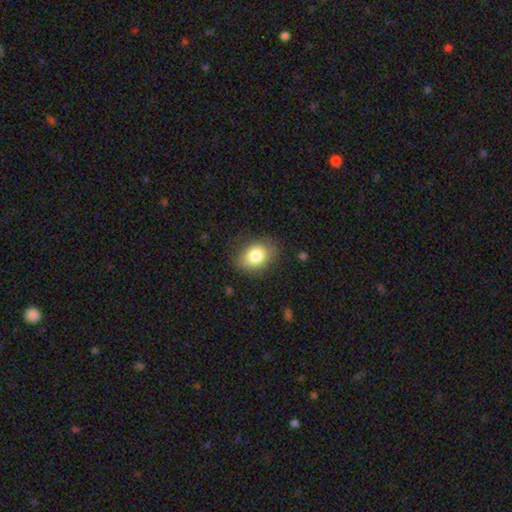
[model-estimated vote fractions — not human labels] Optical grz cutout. It shows a smooth galaxy with no disk features (81%) that is in between round and cigar-shaped (69%). Merging: none (78%).